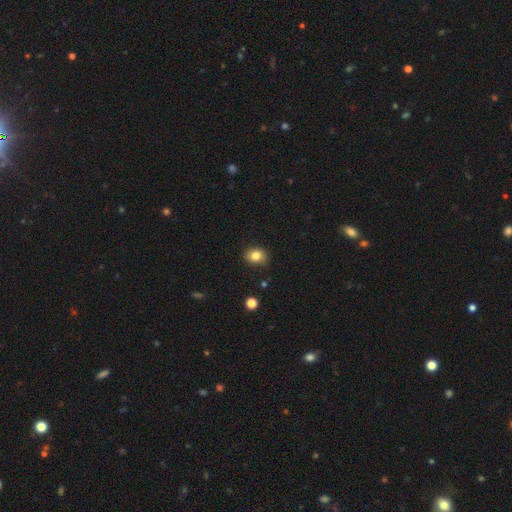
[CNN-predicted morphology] A smooth galaxy with no disk features (82%) that is round (54%). Merging: none (83%).